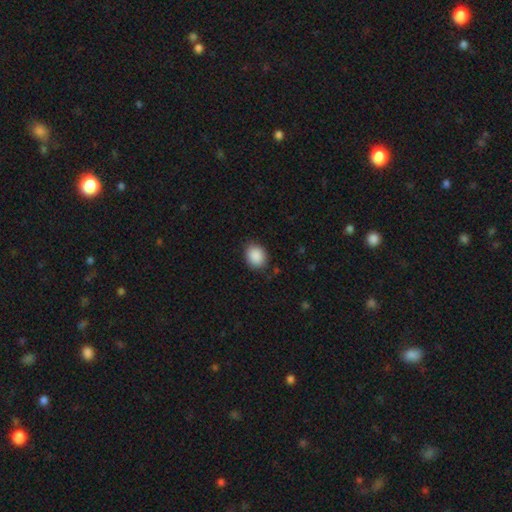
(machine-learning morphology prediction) The model was most divided on "how rounded": round: 53%, in between: 46%, cigar-shaped: 1%. More confident: smooth or featured — smooth (89%); merging — none (85%).